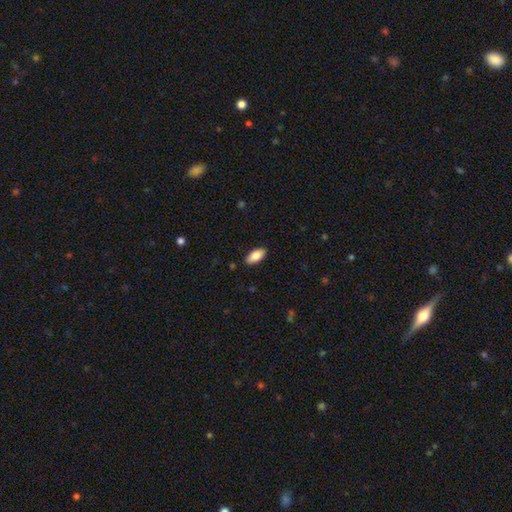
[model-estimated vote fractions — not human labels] A smooth galaxy with no disk features (84%) that is in between round and cigar-shaped (90%).

Vote fractions:
- Smooth or featured? smooth: 84% / featured or disk: 10% / star or artifact: 6%
- How rounded? in between: 90% / cigar-shaped: 8% / round: 2%
- Merging? none: 88% / minor disturbance: 9% / major disturbance: 2% / merger: 1%